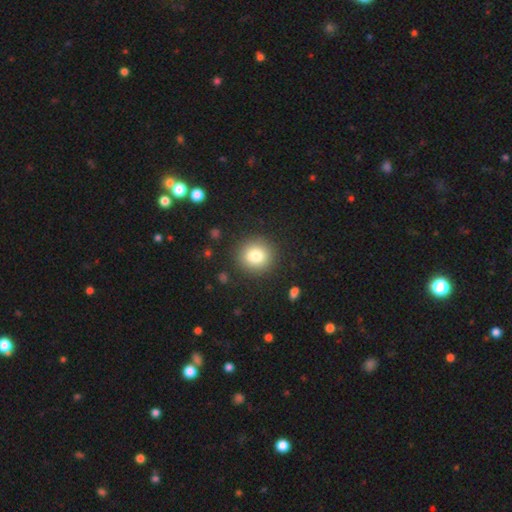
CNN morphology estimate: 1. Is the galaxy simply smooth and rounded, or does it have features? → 81% smooth, 10% star or artifact, 9% featured or disk.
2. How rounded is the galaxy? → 89% round, 10% in between, 1% cigar-shaped.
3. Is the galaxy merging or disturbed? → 89% none, 7% minor disturbance, 3% major disturbance, 1% merger.